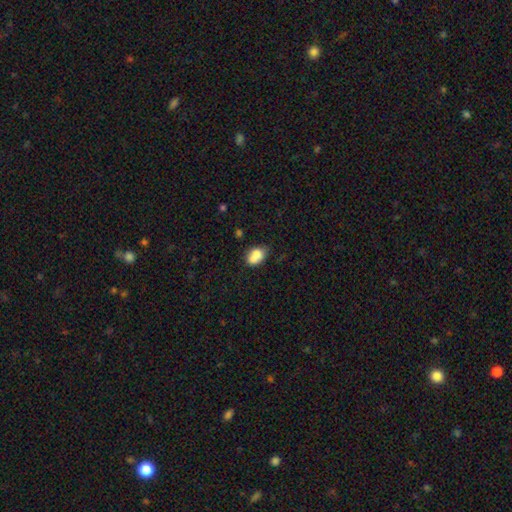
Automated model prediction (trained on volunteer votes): Smooth or featured? smooth (75%)
How rounded? in between (69%)
Merging? none (38%, tied with merger)